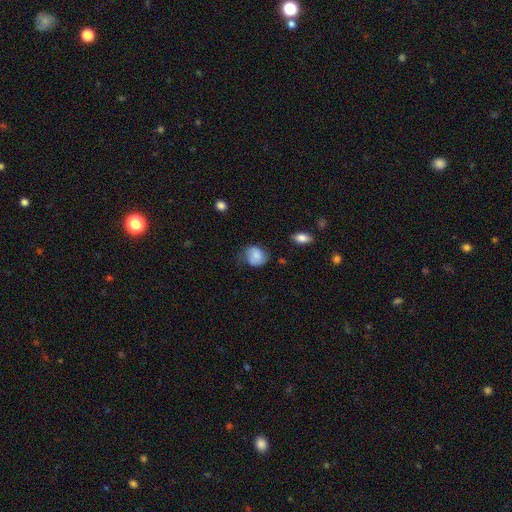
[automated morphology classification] The model was most divided on "merging": none: 54%, minor disturbance: 32%, major disturbance: 11%, merger: 2%. More confident: smooth or featured — smooth (74%); how rounded — round (63%).